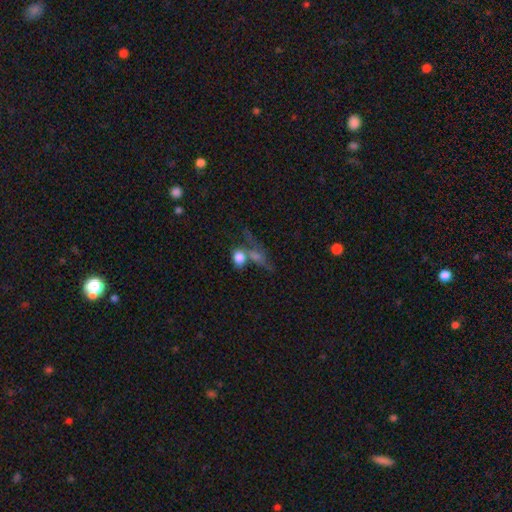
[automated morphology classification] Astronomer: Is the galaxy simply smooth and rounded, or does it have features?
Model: smooth — 49% (runner-up: featured or disk, 30%).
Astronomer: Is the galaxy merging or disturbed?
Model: none — 38% (runner-up: merger, 34%).